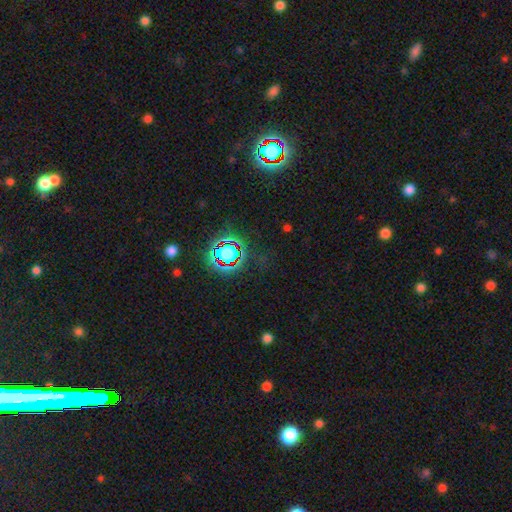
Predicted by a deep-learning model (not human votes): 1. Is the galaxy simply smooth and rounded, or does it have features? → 76% star or artifact, 14% smooth, 10% featured or disk.